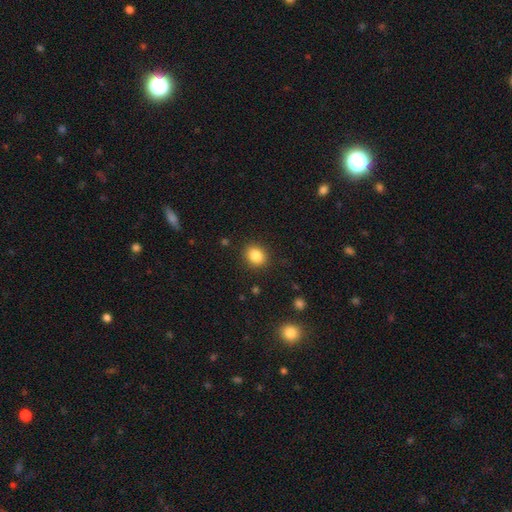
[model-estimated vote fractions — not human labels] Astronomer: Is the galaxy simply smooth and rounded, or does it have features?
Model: smooth — 85%.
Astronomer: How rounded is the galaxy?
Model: round — 65%.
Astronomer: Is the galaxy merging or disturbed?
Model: none — 89%.